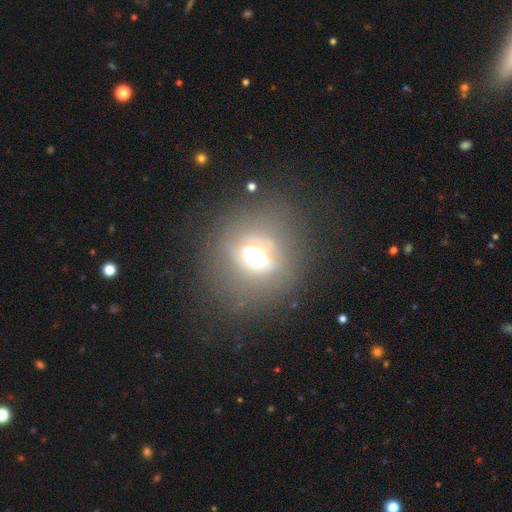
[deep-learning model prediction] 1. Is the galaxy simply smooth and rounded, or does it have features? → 42% smooth, 37% featured or disk, 21% star or artifact.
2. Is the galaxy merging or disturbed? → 70% none, 15% minor disturbance, 13% major disturbance, 2% merger.